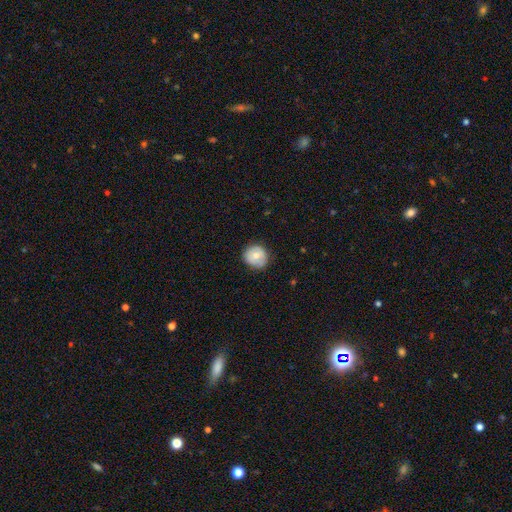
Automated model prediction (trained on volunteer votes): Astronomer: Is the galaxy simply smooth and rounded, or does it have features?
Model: smooth — 70%.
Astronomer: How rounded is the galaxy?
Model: round — 89%.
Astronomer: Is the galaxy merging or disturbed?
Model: none — 79%.